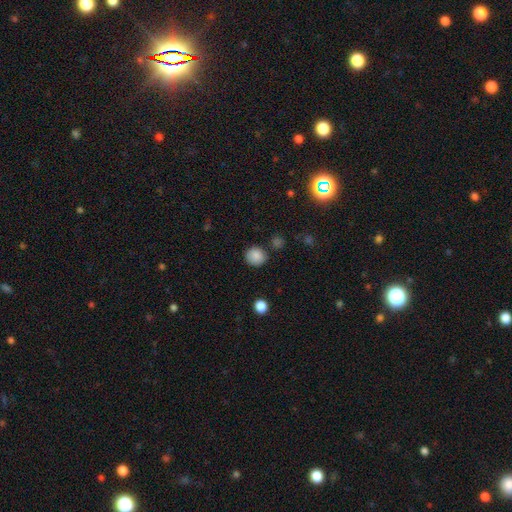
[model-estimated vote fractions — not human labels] Q: Smooth or featured?
A: smooth (86%); runner-up: star or artifact (10%)
Q: How rounded?
A: round (85%); runner-up: in between (14%)
Q: Merging?
A: none (83%); runner-up: minor disturbance (11%)